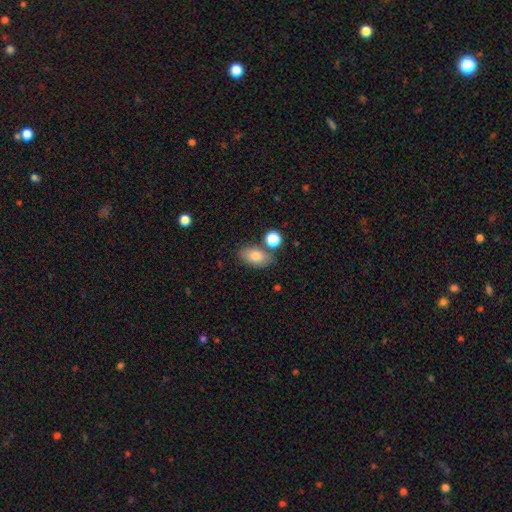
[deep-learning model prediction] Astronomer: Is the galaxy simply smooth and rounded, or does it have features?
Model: smooth — 82%.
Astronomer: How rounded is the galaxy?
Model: in between — 89%.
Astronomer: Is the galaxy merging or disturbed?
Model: none — 71%.